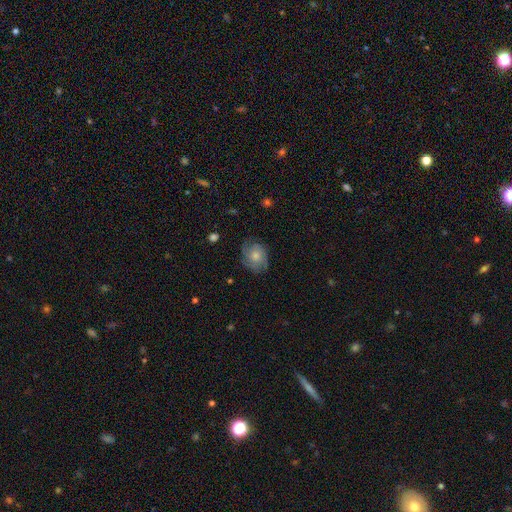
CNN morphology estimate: Smooth or featured?
  - smooth: 48% *
  - featured or disk: 44%
  - star or artifact: 8%
Merging?
  - none: 69% *
  - minor disturbance: 22%
  - major disturbance: 8%
  - merger: 1%